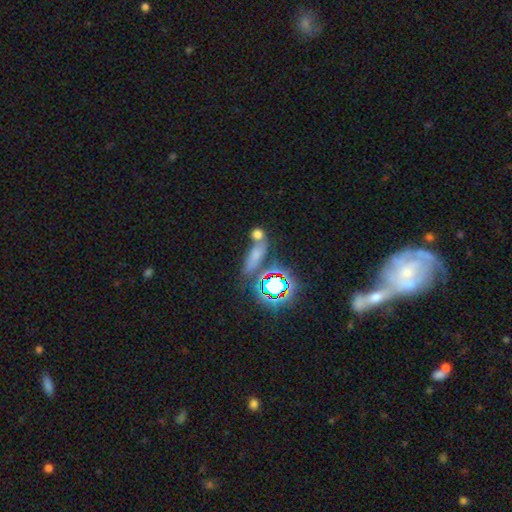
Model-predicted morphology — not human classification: This is possibly a smooth galaxy (54%). How rounded: possibly in between (51%). Merging: possibly none (48%).